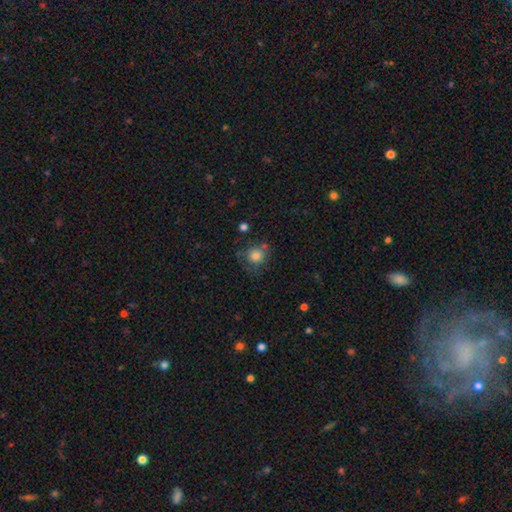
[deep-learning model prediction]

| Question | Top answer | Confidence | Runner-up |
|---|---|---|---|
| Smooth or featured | smooth | 79% | featured or disk (10%) |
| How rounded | round | 86% | in between (13%) |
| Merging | none | 62% | minor disturbance (21%) |